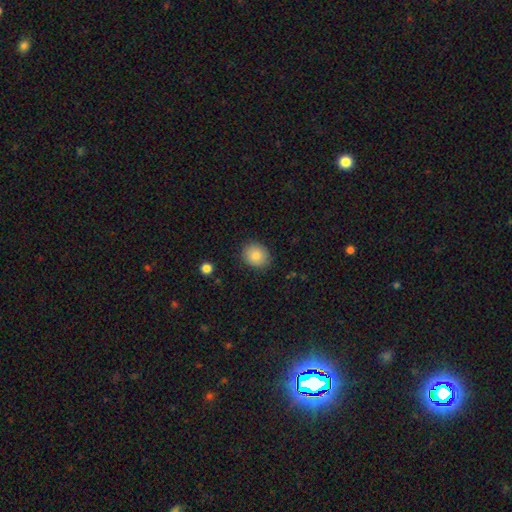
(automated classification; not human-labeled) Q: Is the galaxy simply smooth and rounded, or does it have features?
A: smooth — 84%.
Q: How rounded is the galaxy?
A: round — 65%.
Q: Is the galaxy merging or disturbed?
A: none — 87%.